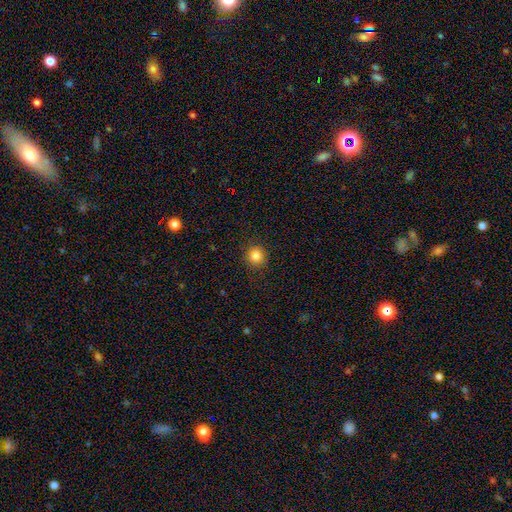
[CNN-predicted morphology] Q: Smooth or featured?
A: smooth (84%); runner-up: star or artifact (11%)
Q: How rounded?
A: round (91%); runner-up: in between (8%)
Q: Merging?
A: none (91%); runner-up: minor disturbance (6%)